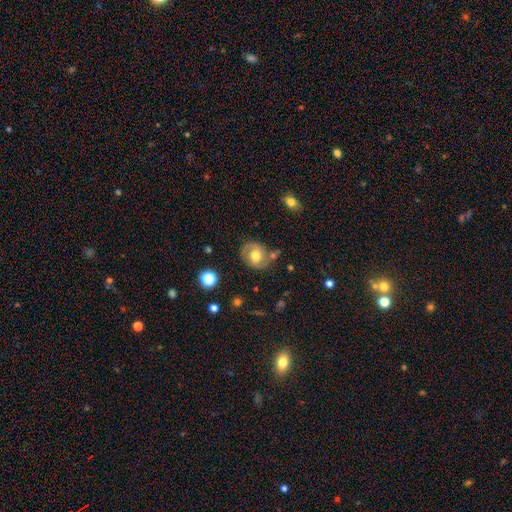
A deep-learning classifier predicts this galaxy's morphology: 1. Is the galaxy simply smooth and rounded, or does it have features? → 49% featured or disk, 42% smooth, 9% star or artifact.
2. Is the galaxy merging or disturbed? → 66% none, 20% minor disturbance, 8% merger, 7% major disturbance.